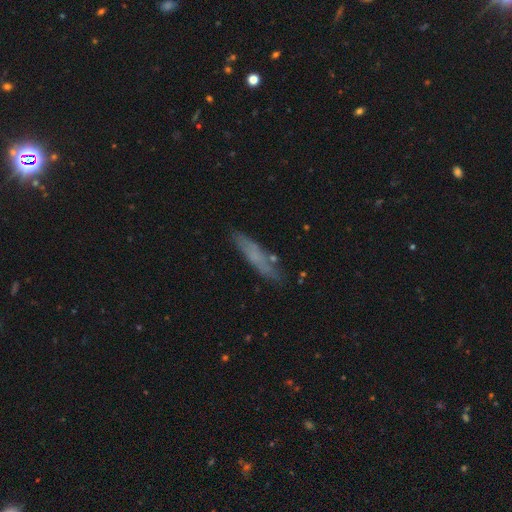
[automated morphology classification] smooth_or_featured: smooth (p=0.59) [alt: featured or disk p=0.32]
how_rounded: cigar-shaped (p=0.84) [alt: in between p=0.14]
merging: none (p=0.73) [alt: minor disturbance p=0.18]